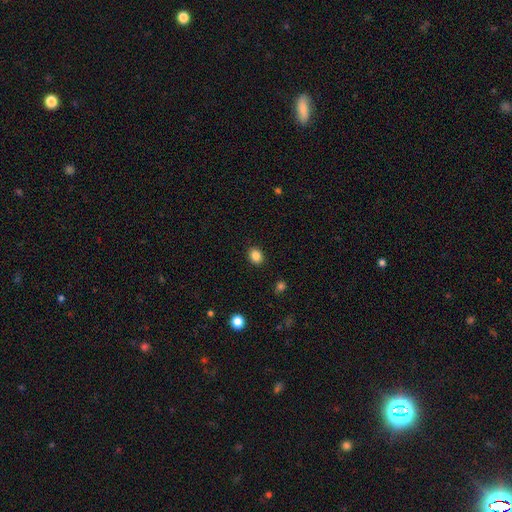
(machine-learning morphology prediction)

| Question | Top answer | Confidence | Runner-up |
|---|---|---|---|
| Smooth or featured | smooth | 85% | star or artifact (10%) |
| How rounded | round | 53% | in between (47%) |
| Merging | none | 90% | minor disturbance (7%) |